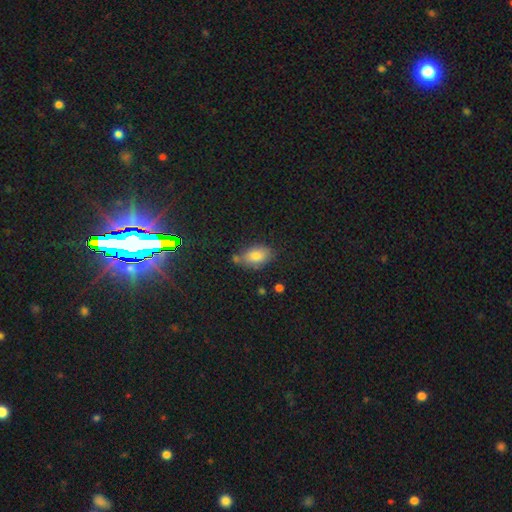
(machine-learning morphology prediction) type=smooth (81%); roundness=in between (90%); merging=none (63%).